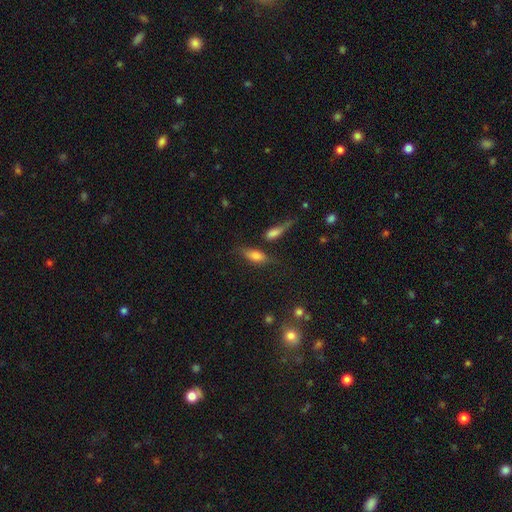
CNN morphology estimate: smooth 67%, featured or disk 22%, star or artifact 10%. Down the decision tree: how rounded — in between (70%); merging — none (58%).